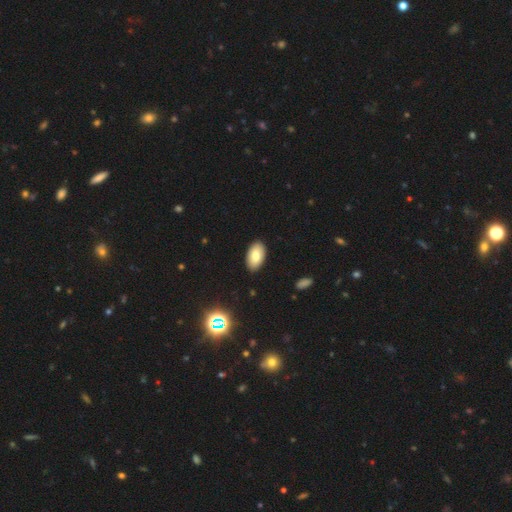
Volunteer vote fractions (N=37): Morphology: type=smooth (89%); roundness=in between (94%); merging=none (91%).